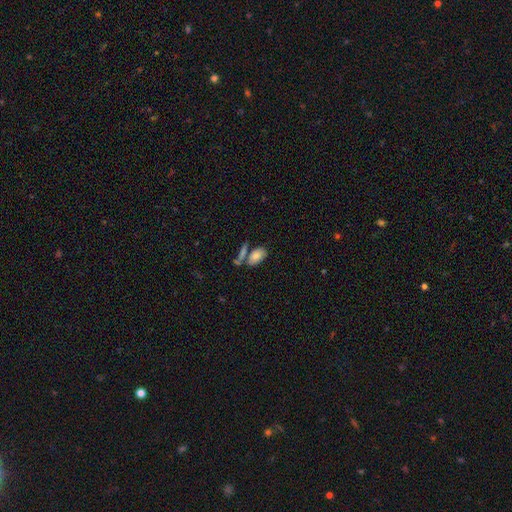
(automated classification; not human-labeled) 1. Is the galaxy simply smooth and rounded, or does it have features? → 79% smooth, 14% featured or disk, 8% star or artifact.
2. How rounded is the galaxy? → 91% in between, 6% round, 4% cigar-shaped.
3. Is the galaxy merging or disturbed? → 52% none, 27% merger, 15% minor disturbance, 6% major disturbance.